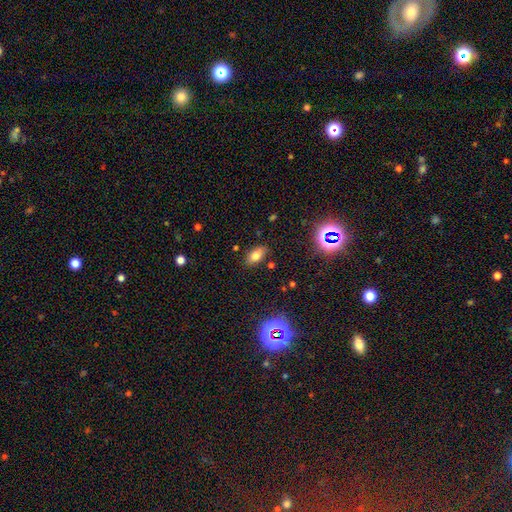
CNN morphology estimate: A smooth galaxy with no disk features (74%) that is in between round and cigar-shaped (89%). Merging: none (82%).